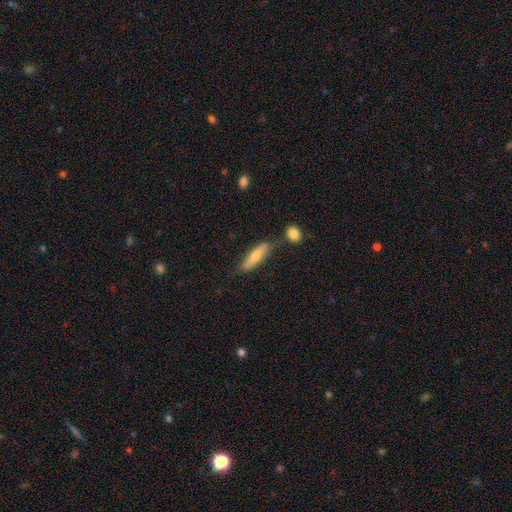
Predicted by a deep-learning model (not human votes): Smooth or featured?
  - smooth: 57% *
  - featured or disk: 36%
  - star or artifact: 7%
How rounded?
  - cigar-shaped: 72% *
  - in between: 25%
  - round: 2%
Merging?
  - none: 75% *
  - minor disturbance: 14%
  - merger: 7%
  - major disturbance: 3%